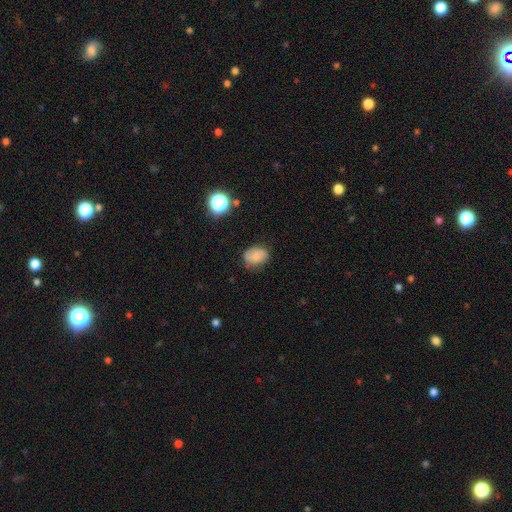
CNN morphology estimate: Smooth or featured? Predicted: smooth (p=0.73). How rounded? Predicted: in between (p=0.62). Merging? Predicted: none (p=0.66).